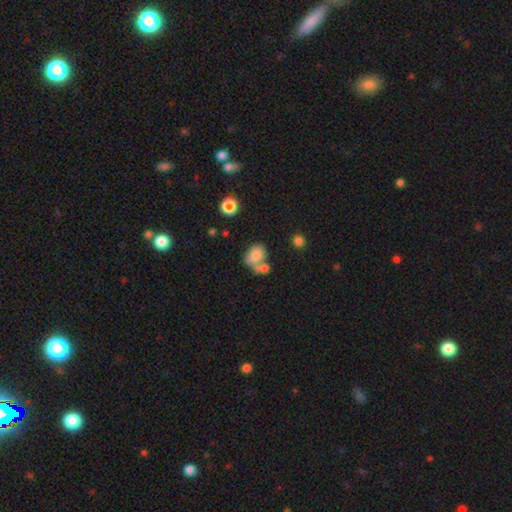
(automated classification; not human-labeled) A smooth galaxy with no disk features (77%) that is in between round and cigar-shaped (60%). Merging: merger (44%).